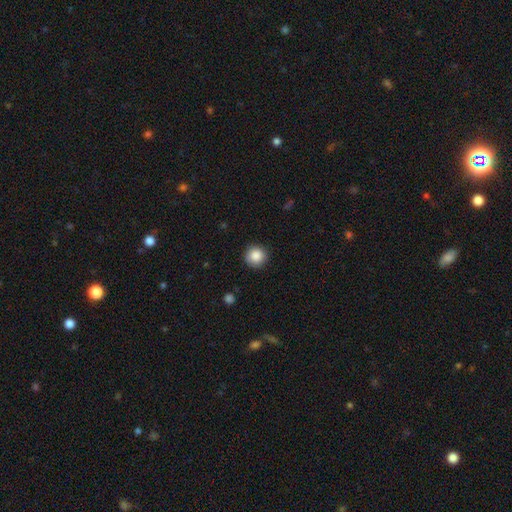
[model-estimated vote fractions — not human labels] Smooth or featured?
  - smooth: 87% *
  - star or artifact: 9%
  - featured or disk: 4%
How rounded?
  - round: 94% *
  - in between: 5%
  - cigar-shaped: 1%
Merging?
  - none: 90% *
  - minor disturbance: 7%
  - major disturbance: 2%
  - merger: 1%